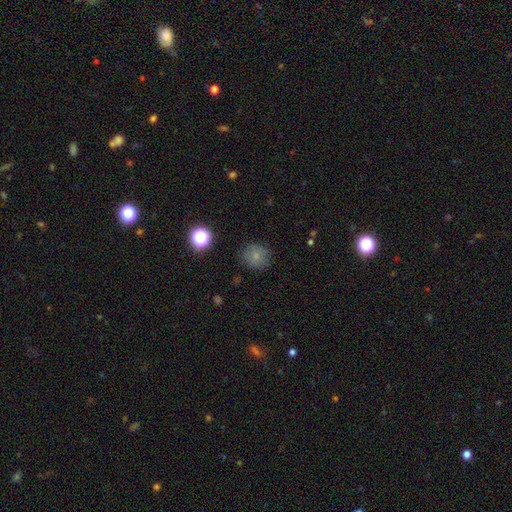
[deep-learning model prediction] Overall: smooth (76%). How rounded: round (88%). Merging: none (83%).